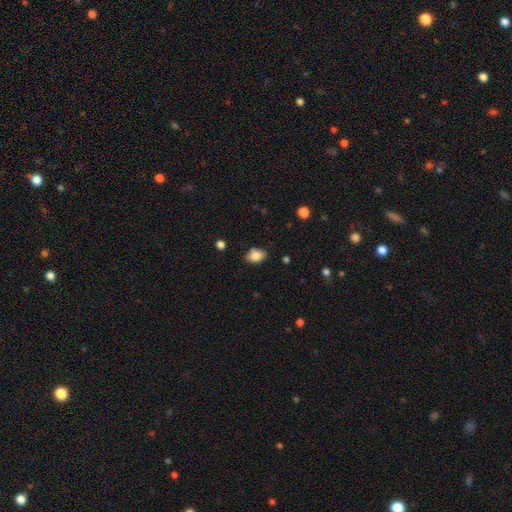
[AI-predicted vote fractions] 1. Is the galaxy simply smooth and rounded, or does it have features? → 83% smooth, 9% featured or disk, 9% star or artifact.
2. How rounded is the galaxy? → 80% in between, 19% round, 1% cigar-shaped.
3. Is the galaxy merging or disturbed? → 75% none, 20% minor disturbance, 3% major disturbance, 2% merger.